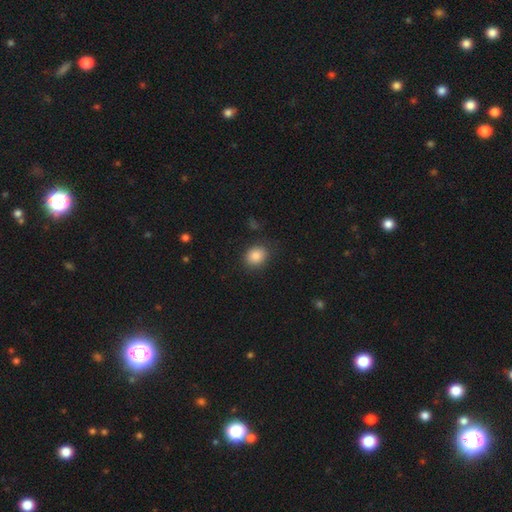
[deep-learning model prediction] This appears to be a smooth galaxy with no disk features (86%) that is round (61%). Merging: none (84%).